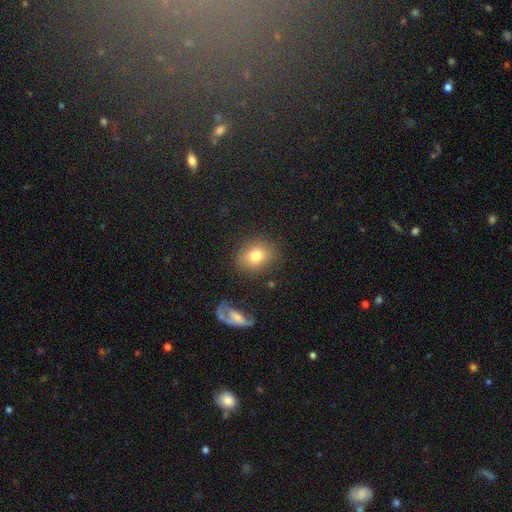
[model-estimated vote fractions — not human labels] Q: Smooth or featured?
A: smooth (78%); runner-up: star or artifact (11%)
Q: How rounded?
A: round (60%); runner-up: in between (39%)
Q: Merging?
A: none (83%); runner-up: minor disturbance (11%)